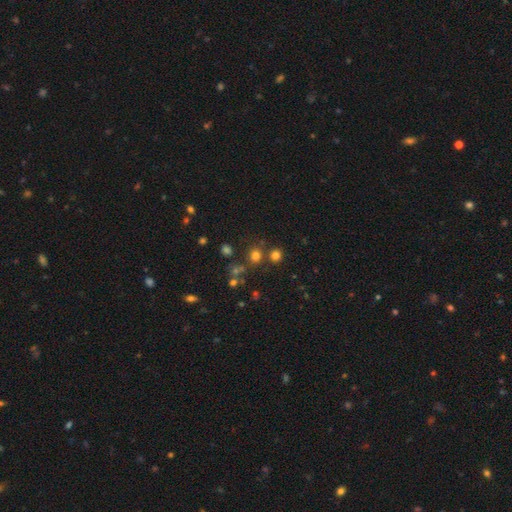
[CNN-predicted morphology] Overall: smooth (70%). How rounded: round (87%). Merging: none (75%).